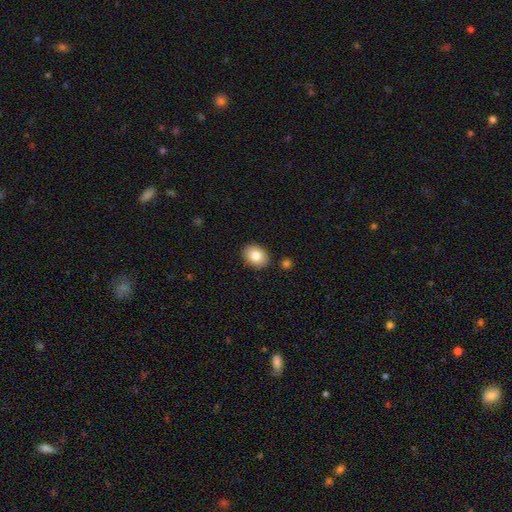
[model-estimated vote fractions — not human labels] smooth_or_featured: smooth (p=0.83) [alt: featured or disk p=0.09]
how_rounded: in between (p=0.68) [alt: round p=0.31]
merging: none (p=0.87) [alt: minor disturbance p=0.09]